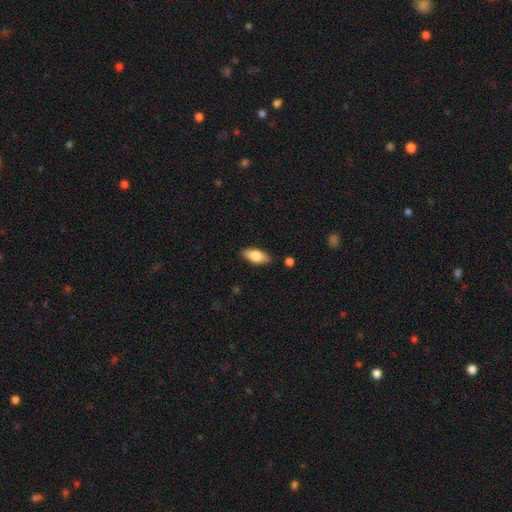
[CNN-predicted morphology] A smooth galaxy with no disk features (74%) that is in between round and cigar-shaped (83%). Merging: none (85%).